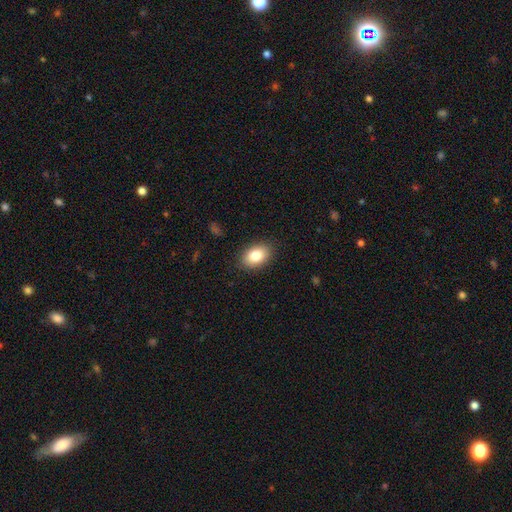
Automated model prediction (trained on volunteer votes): Smooth or featured? smooth (83%)
How rounded? in between (88%)
Merging? none (87%)